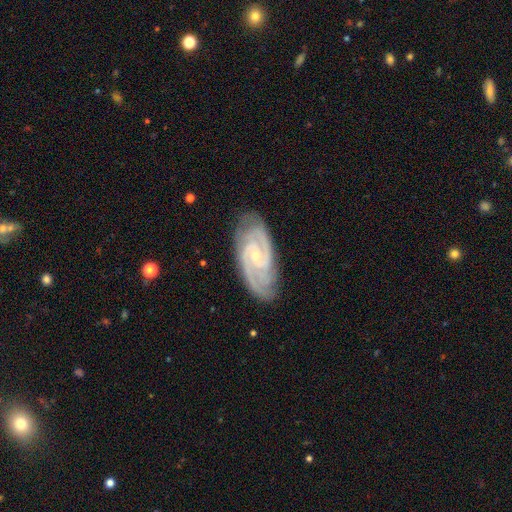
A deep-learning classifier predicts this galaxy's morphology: featured or disk 91%, star or artifact 5%, smooth 4%. Down the decision tree: edge-on disk — no (96%); bar — no (43%); spiral arms — yes (99%); spiral arm count — 2 (69%); spiral winding — tight (63%); bulge size — small (78%); merging — none (82%).